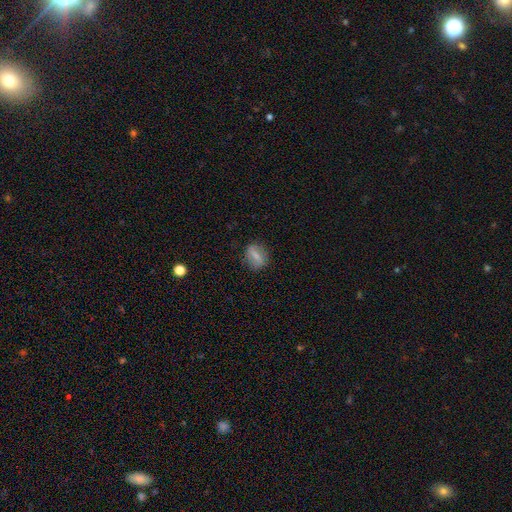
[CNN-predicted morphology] smooth-or-featured: smooth: 65% | featured or disk: 26% | star or artifact: 9%
  how-rounded: in between: 56% | round: 38% | cigar-shaped: 6%
  merging: none: 82% | minor disturbance: 12% | major disturbance: 4% | merger: 1%